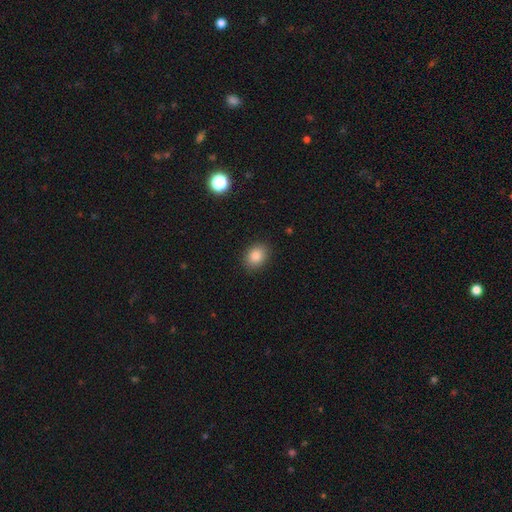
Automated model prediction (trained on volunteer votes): Smooth or featured: smooth — 86% (star or artifact — 9%)
How rounded: in between — 58% (round — 41%)
Merging: none — 88% (minor disturbance — 8%)